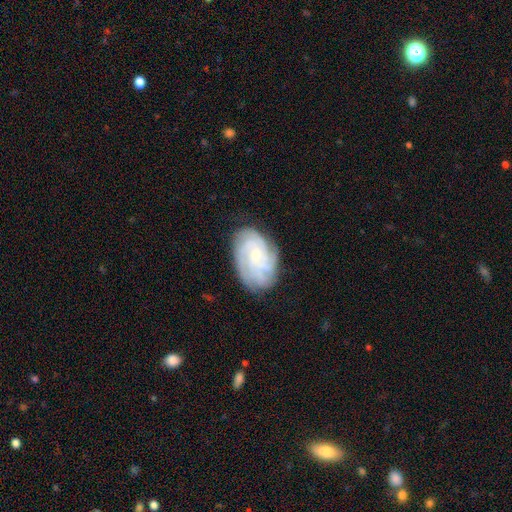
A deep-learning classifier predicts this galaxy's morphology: Smooth or featured: featured or disk — 74% (smooth — 18%)
Edge-on disk: no — 97% (yes — 3%)
Bar: no — 72% (weak — 24%)
Spiral arms: yes — 95% (no — 5%)
Spiral winding: tight — 71% (medium — 23%)
Spiral arm count: can't tell — 34% (4 — 27%)
Bulge size: small — 66% (moderate — 26%)
Merging: none — 78% (minor disturbance — 16%)